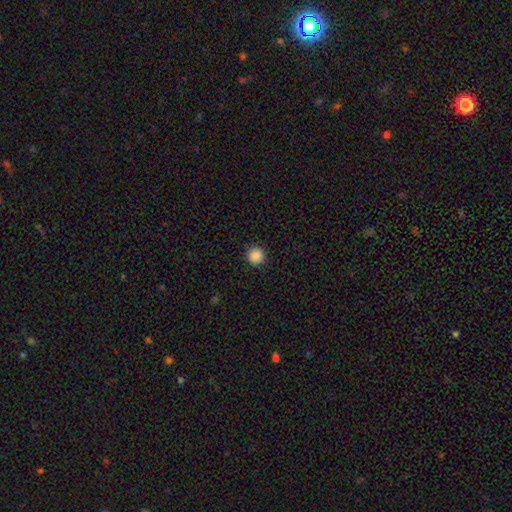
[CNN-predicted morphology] Q: Smooth or featured?
A: smooth (88%); runner-up: star or artifact (10%)
Q: How rounded?
A: round (95%); runner-up: in between (4%)
Q: Merging?
A: none (92%); runner-up: minor disturbance (5%)